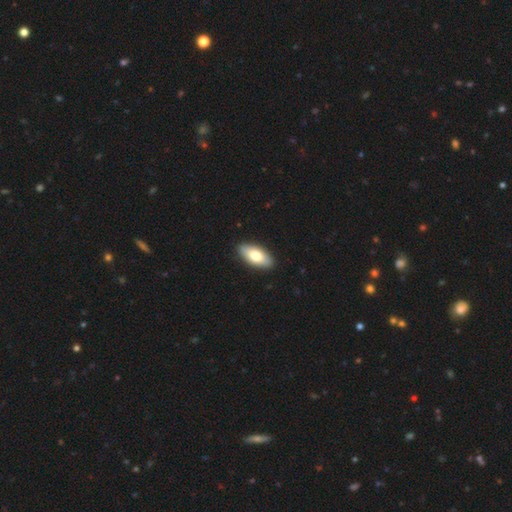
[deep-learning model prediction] Q: Smooth or featured?
A: smooth (74%); runner-up: featured or disk (21%)
Q: How rounded?
A: in between (88%); runner-up: cigar-shaped (9%)
Q: Merging?
A: none (90%); runner-up: minor disturbance (7%)